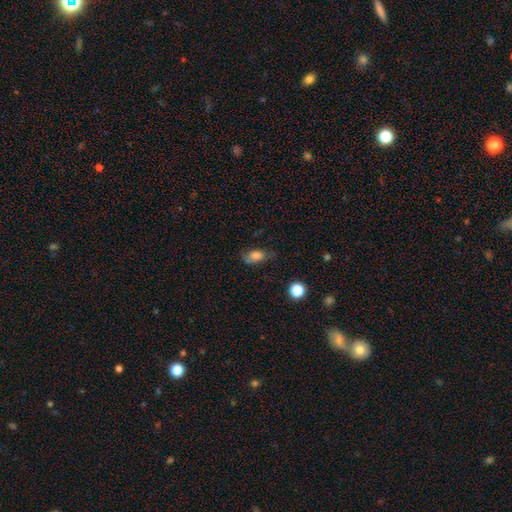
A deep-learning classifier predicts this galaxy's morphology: This is likely a smooth galaxy (71%). How rounded: clearly in between (83%). Merging: possibly none (56%).